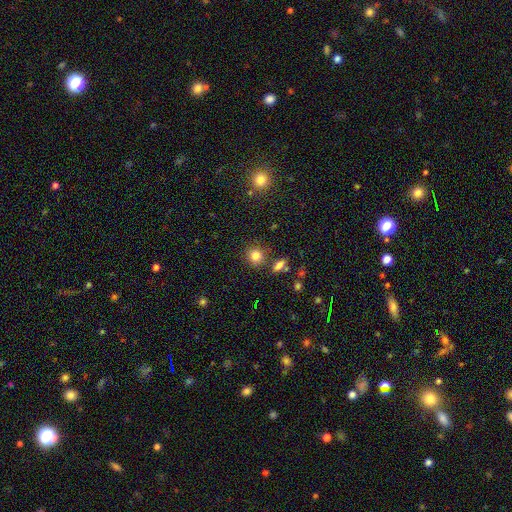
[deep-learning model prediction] Smooth or featured? Predicted: smooth (p=0.81). How rounded? Predicted: round (p=0.85). Merging? Predicted: none (p=0.81).